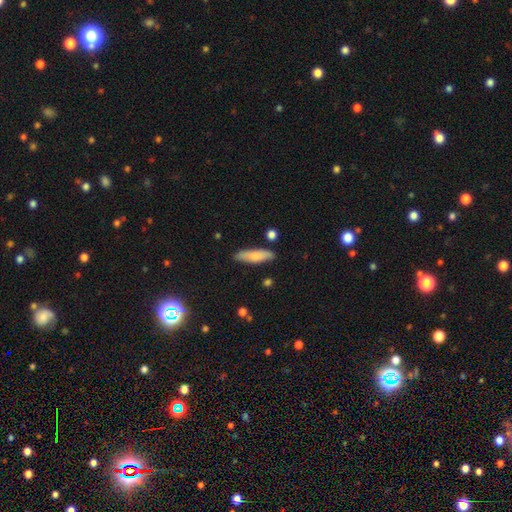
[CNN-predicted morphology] A smooth galaxy with no disk features (77%) that is cigar-shaped (62%). Merging: none (82%).